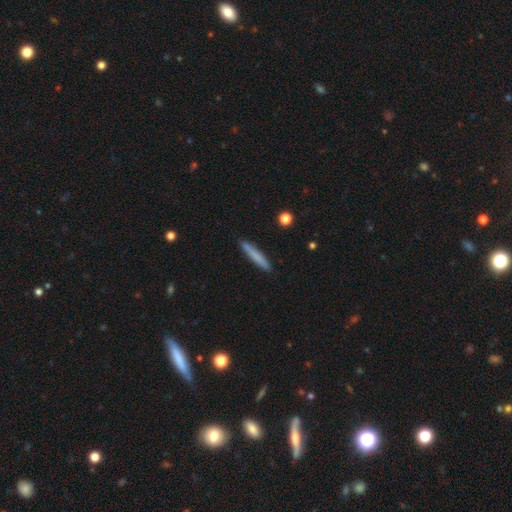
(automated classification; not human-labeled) Smooth or featured: smooth — 74% (featured or disk — 21%)
How rounded: cigar-shaped — 95% (in between — 4%)
Merging: none — 90% (minor disturbance — 7%)